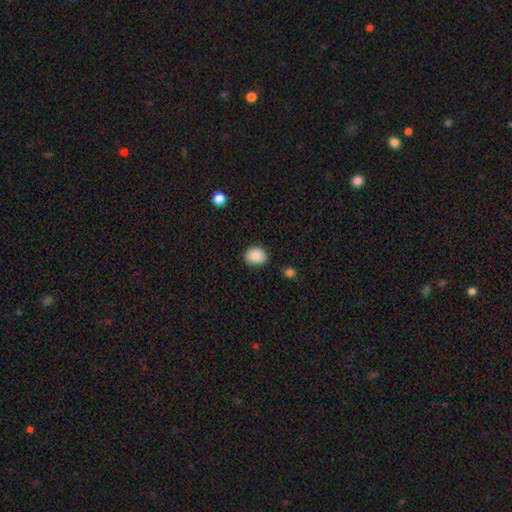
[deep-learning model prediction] Overall: smooth (88%). How rounded: round (55%; in between 44%). Merging: none (81%).